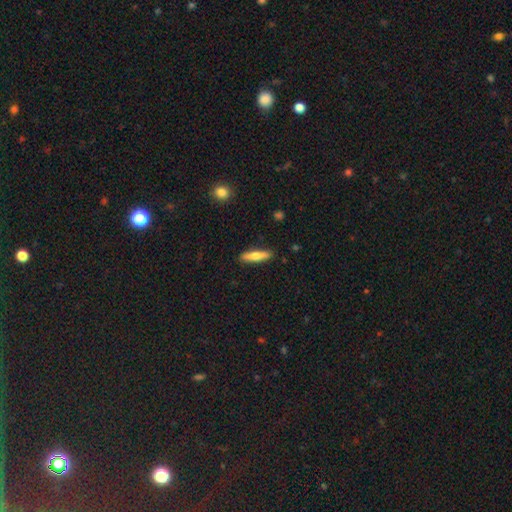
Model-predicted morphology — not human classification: This appears to be a smooth galaxy with no disk features (62%) that is cigar-shaped (78%). Merging: none (89%).